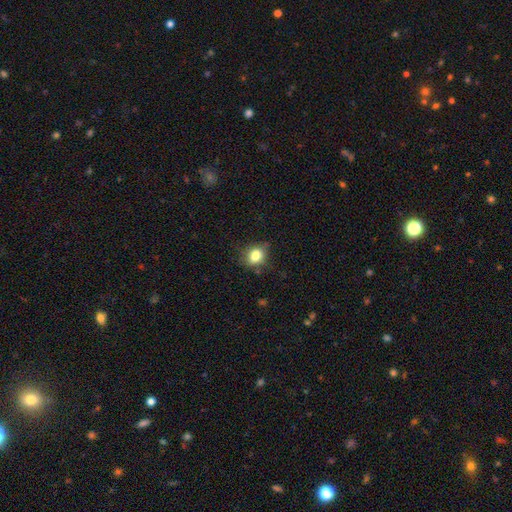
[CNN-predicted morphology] type=smooth (81%); roundness=round (59%); merging=none (76%).